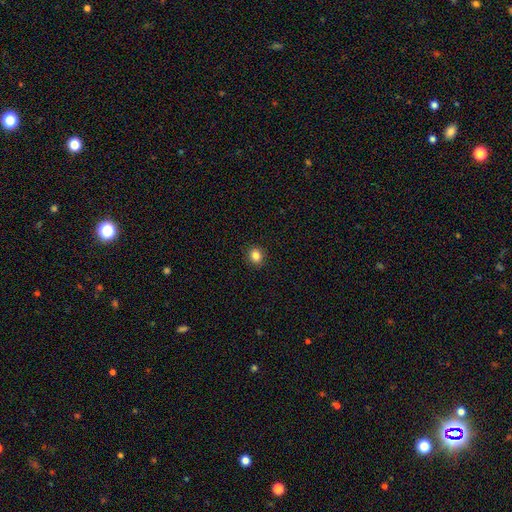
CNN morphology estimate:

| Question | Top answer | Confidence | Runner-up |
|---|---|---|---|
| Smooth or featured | smooth | 85% | star or artifact (11%) |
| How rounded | round | 73% | in between (26%) |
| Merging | none | 91% | minor disturbance (6%) |